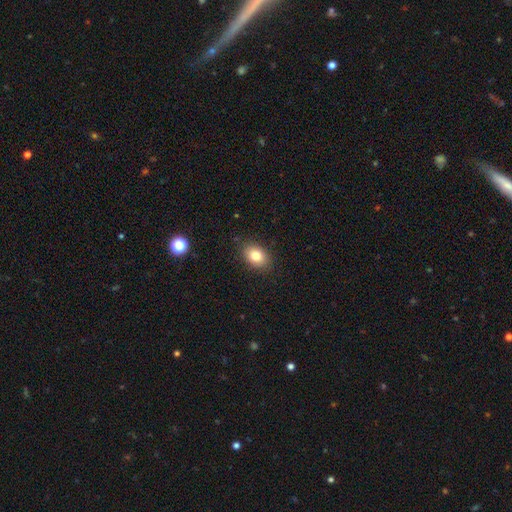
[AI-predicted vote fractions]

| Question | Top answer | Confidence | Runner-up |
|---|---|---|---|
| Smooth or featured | smooth | 80% | featured or disk (10%) |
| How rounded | in between | 76% | round (23%) |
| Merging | none | 87% | minor disturbance (10%) |